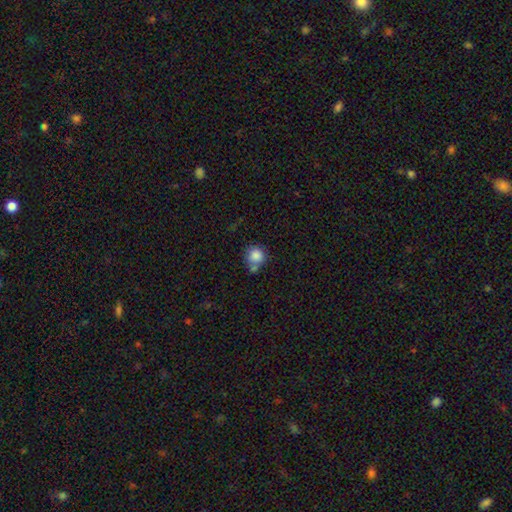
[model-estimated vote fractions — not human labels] A smooth galaxy with no disk features (85%) that is round (89%).

Vote fractions:
- Smooth or featured? smooth: 85% / star or artifact: 9% / featured or disk: 6%
- How rounded? round: 89% / in between: 10% / cigar-shaped: 1%
- Merging? none: 54% / merger: 25% / minor disturbance: 16% / major disturbance: 5%